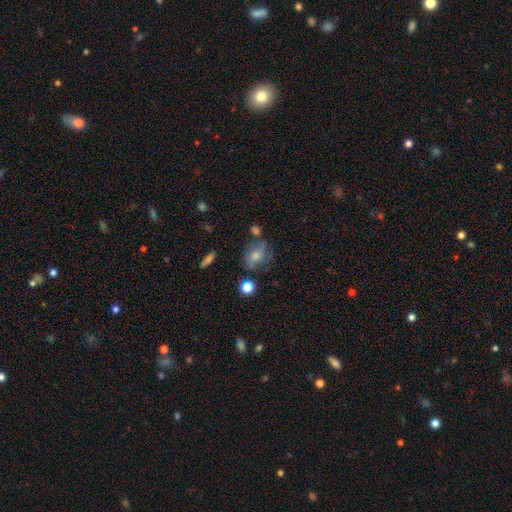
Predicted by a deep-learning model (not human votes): A smooth galaxy with no disk features (45%).

Vote fractions:
- Smooth or featured? smooth: 45% / featured or disk: 38% / star or artifact: 17%
- Merging? none: 62% / minor disturbance: 20% / major disturbance: 9% / merger: 8%